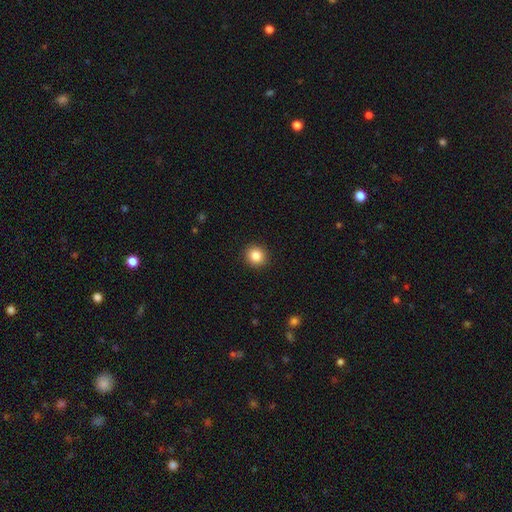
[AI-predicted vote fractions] A smooth galaxy with no disk features (86%) that is round (89%). Merging: none (92%).